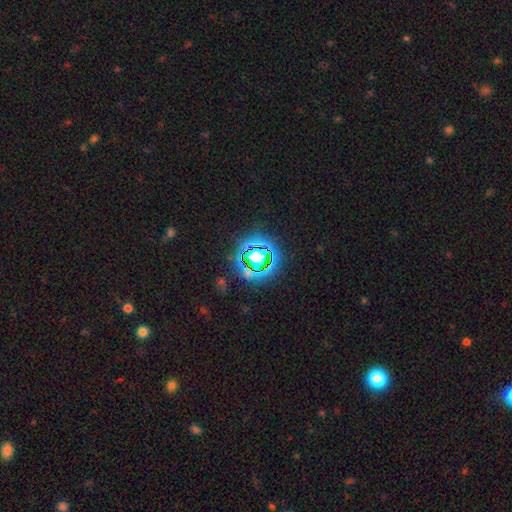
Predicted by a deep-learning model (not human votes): This is likely a star or artifact rather than a galaxy (69%).